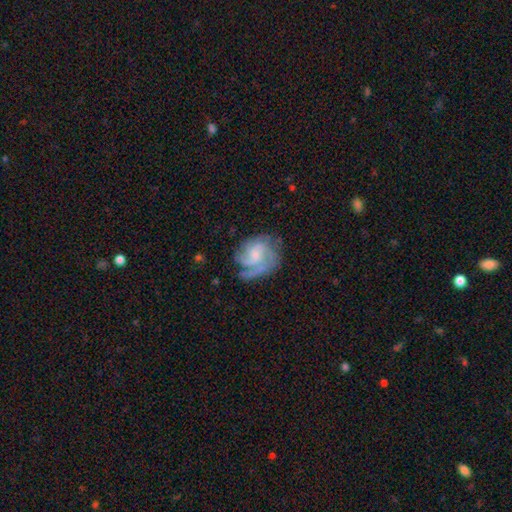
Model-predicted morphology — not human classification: This is likely a featured or disk galaxy (78%). It is clearly not viewed edge-on (98%). Bar: likely no (62%). Spiral arm pattern: clearly yes (93%). Spiral arm count: marginally 3 (26%). Spiral winding: possibly tight (47%). Central bulge: marginally small (43%). Merging: possibly none (59%).